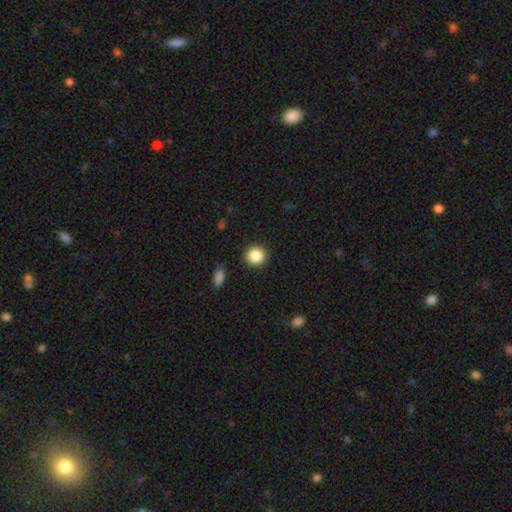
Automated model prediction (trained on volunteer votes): Smooth or featured? smooth (86%)
How rounded? round (91%)
Merging? none (90%)